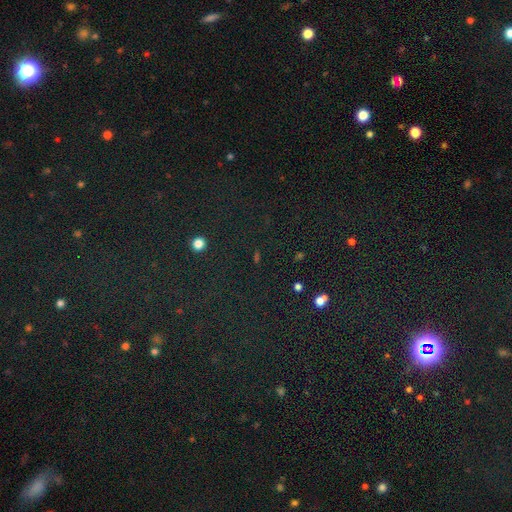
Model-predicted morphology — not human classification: This is likely a star or artifact rather than a galaxy (77%).